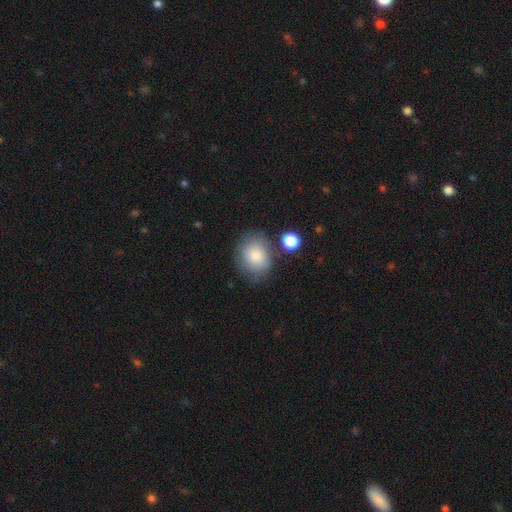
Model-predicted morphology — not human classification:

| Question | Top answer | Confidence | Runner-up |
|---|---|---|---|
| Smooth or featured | smooth | 83% | featured or disk (10%) |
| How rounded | round | 51% | in between (48%) |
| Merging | none | 69% | minor disturbance (18%) |